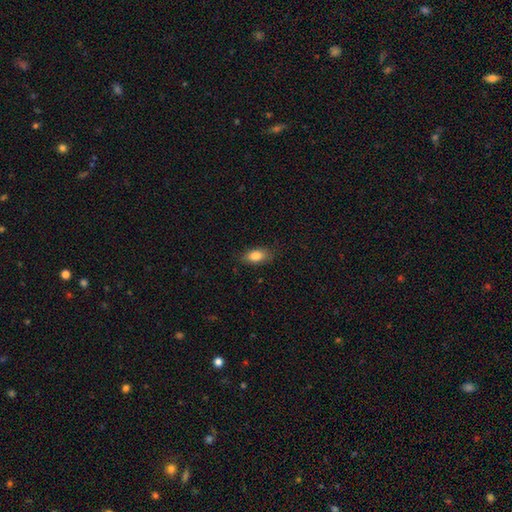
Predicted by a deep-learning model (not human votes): Smooth or featured: smooth — 83% (featured or disk — 9%)
How rounded: in between — 86% (round — 7%)
Merging: none — 83% (minor disturbance — 13%)